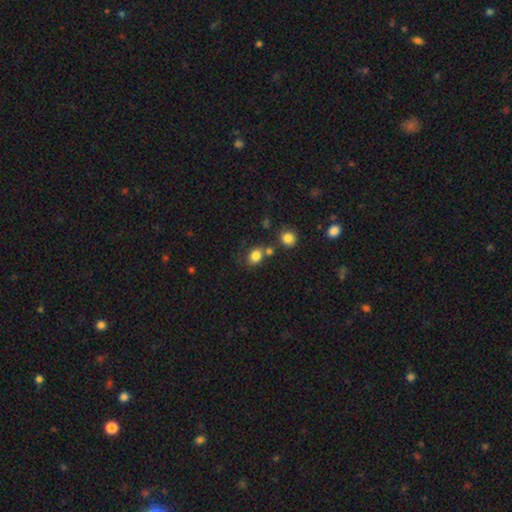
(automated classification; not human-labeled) Smooth or featured: smooth — 83% (star or artifact — 11%)
How rounded: in between — 54% (round — 45%)
Merging: none — 64% (merger — 17%)